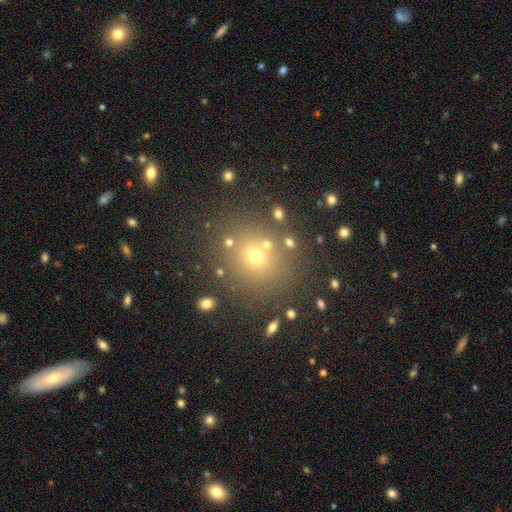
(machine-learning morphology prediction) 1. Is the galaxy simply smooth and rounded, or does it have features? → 63% smooth, 25% star or artifact, 12% featured or disk.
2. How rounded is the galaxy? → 80% round, 19% in between, 1% cigar-shaped.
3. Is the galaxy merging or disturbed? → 78% none, 10% minor disturbance, 7% merger, 5% major disturbance.